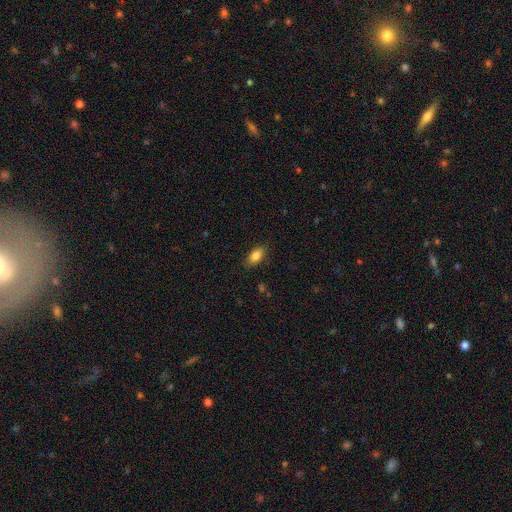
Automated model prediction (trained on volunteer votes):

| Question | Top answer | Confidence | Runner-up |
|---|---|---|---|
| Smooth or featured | smooth | 84% | featured or disk (8%) |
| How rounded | in between | 88% | round (6%) |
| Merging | none | 83% | minor disturbance (13%) |